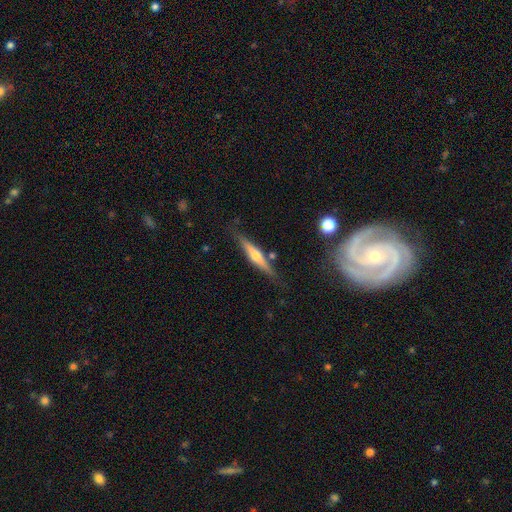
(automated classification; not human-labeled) This appears to be a featured or disk galaxy (64%) viewed edge-on (96%) with a rounded central bulge (87%). Merging: none (80%).